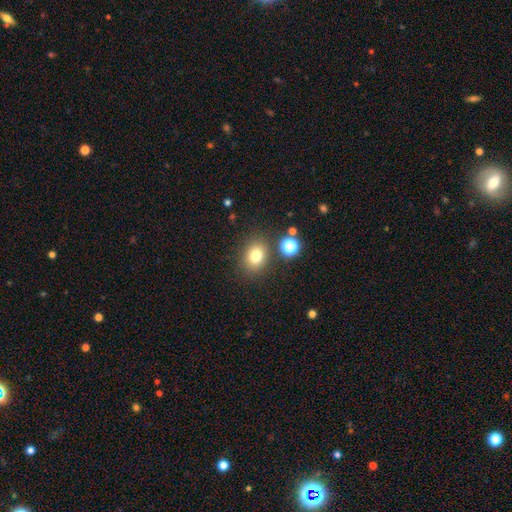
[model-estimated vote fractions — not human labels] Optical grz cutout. It shows a smooth galaxy with no disk features (78%) that is round (50%). Merging: none (81%).